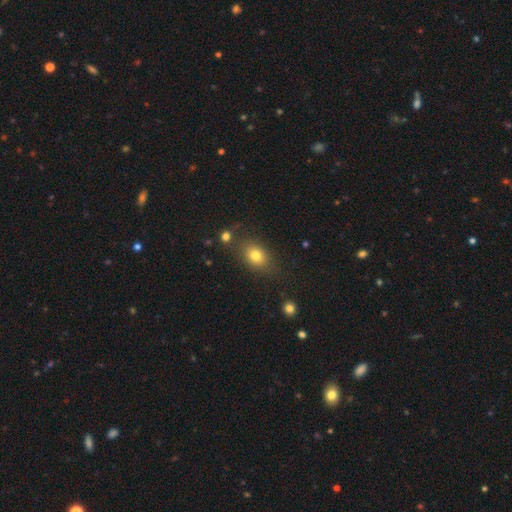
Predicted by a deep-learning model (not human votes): Overall: smooth (78%). How rounded: in between (69%; round 29%). Merging: none (75%).